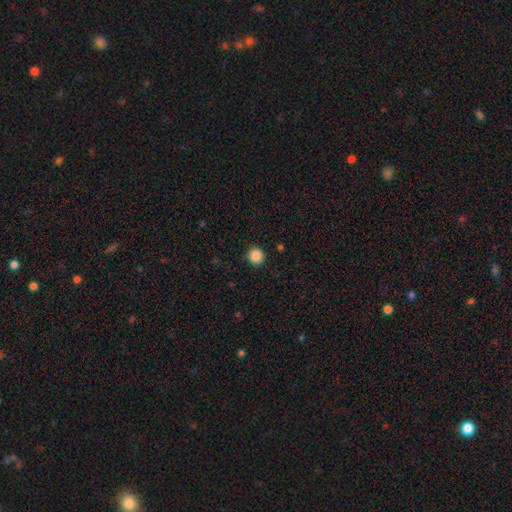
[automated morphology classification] The model was most divided on "smooth or featured": smooth: 87%, star or artifact: 10%, featured or disk: 3%. More confident: how rounded — round (92%); merging — none (92%).